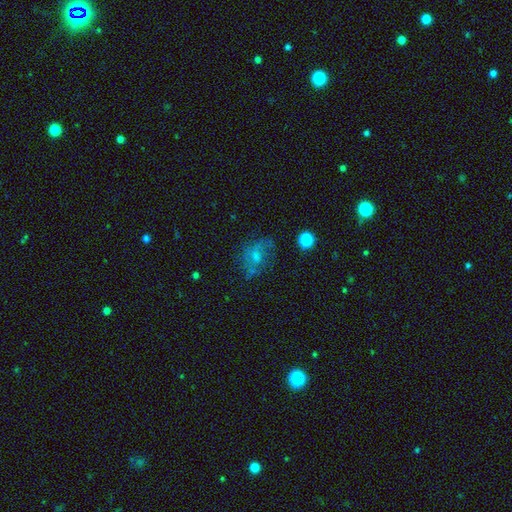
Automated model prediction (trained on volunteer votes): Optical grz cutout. It shows a smooth galaxy with no disk features (44%). Merging: none (50%).